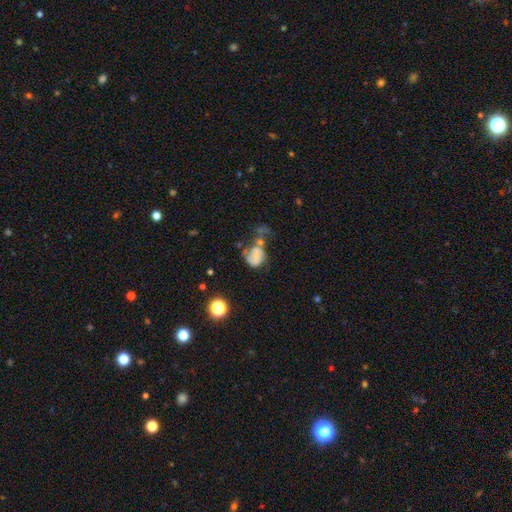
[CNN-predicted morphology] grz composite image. It shows a smooth galaxy with no disk features (56%) that is round (55%). Merging: major disturbance (29%).